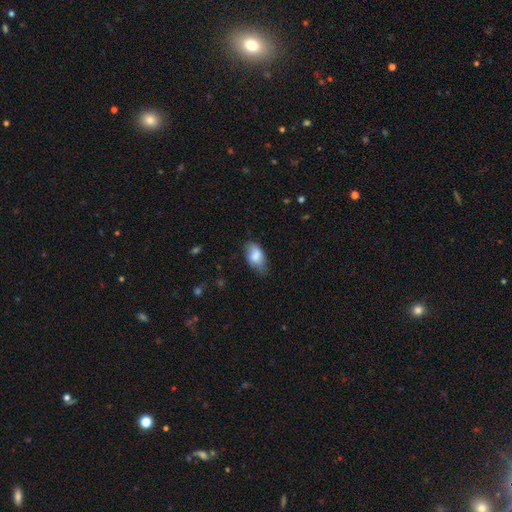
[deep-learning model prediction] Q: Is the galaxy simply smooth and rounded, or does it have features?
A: smooth — 79%.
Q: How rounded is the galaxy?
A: in between — 91%.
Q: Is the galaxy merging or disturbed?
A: none — 67%.